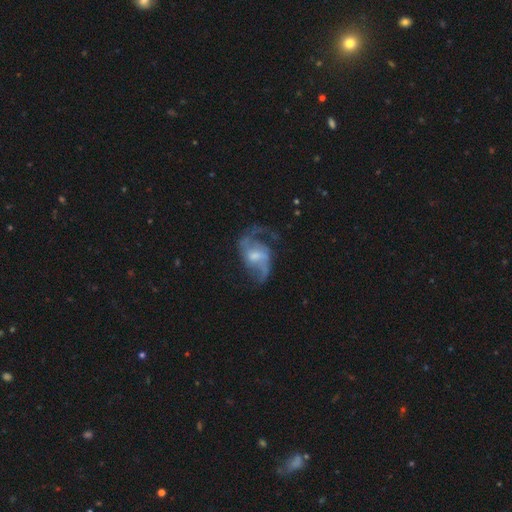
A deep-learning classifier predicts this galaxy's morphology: smooth_or_featured: featured or disk (p=0.85) [alt: smooth p=0.09]
disk_edge_on: no (p=0.97) [alt: yes p=0.03]
bar: weak (p=0.52) [alt: no p=0.33]
has_spiral_arms: yes (p=0.94) [alt: no p=0.06]
spiral_winding: loose (p=0.56) [alt: medium p=0.37]
spiral_arm_count: 2 (p=0.87) [alt: can't tell p=0.05]
bulge_size: moderate (p=0.47) [alt: small p=0.32]
merging: none (p=0.58) [alt: major disturbance p=0.20]